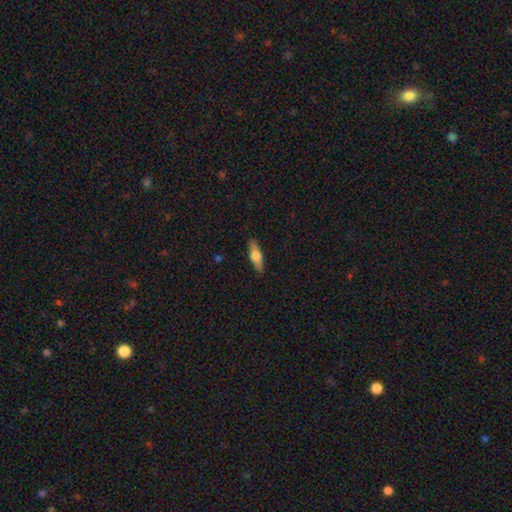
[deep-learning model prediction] Overall: smooth (57%; featured or disk 37%). How rounded: cigar-shaped (55%; in between 42%). Merging: none (88%).